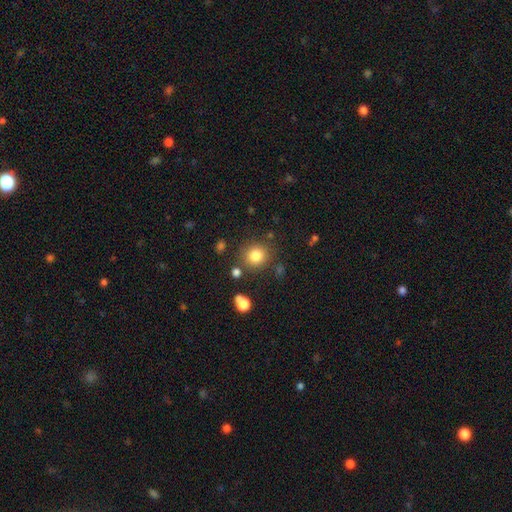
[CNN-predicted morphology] A smooth galaxy with no disk features (82%) that is round (88%).

Vote fractions:
- Smooth or featured? smooth: 82% / star or artifact: 12% / featured or disk: 6%
- How rounded? round: 88% / in between: 11% / cigar-shaped: 1%
- Merging? none: 82% / minor disturbance: 9% / merger: 5% / major disturbance: 4%